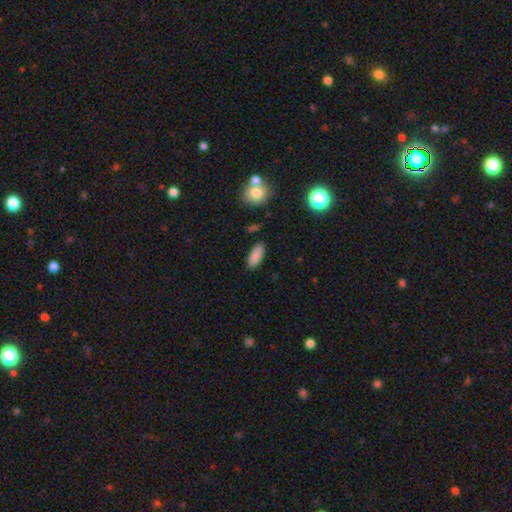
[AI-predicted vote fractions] Overall: smooth (87%). How rounded: in between (83%). Merging: none (87%).